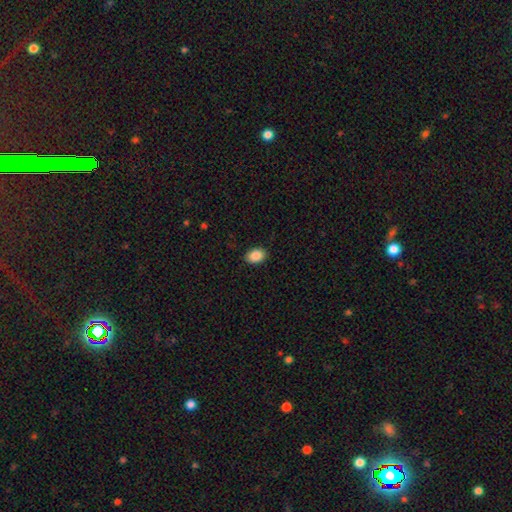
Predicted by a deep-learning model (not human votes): Smooth or featured? smooth (87%)
How rounded? in between (80%)
Merging? none (89%)